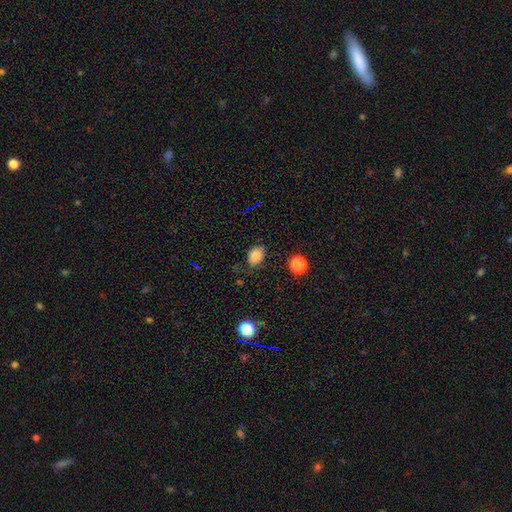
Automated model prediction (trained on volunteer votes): smooth_or_featured: smooth (p=0.84) [alt: star or artifact p=0.11]
how_rounded: in between (p=0.70) [alt: round p=0.29]
merging: none (p=0.76) [alt: minor disturbance p=0.18]